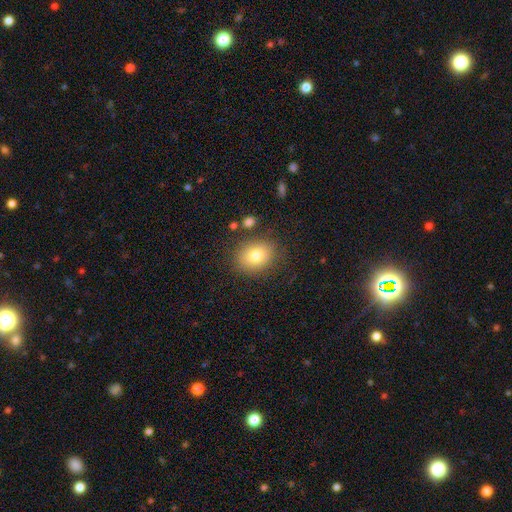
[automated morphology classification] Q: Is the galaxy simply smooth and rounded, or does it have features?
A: smooth — 79%.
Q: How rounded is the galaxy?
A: in between — 50%.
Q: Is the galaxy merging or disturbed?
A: none — 82%.